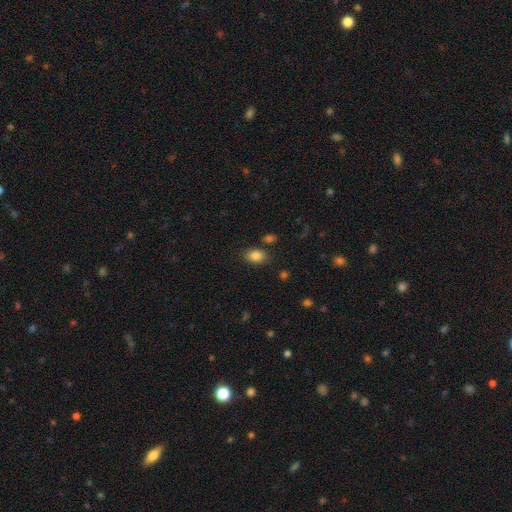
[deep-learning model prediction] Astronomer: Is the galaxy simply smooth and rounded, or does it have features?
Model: smooth — 85%.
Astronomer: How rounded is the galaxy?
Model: in between — 80%.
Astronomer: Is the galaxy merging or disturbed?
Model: none — 81%.